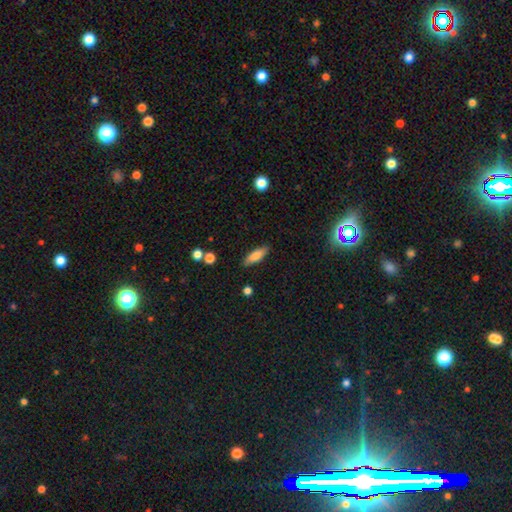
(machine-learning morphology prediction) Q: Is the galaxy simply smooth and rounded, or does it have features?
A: smooth — 78%.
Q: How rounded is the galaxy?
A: in between — 55%.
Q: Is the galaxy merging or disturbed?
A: none — 86%.